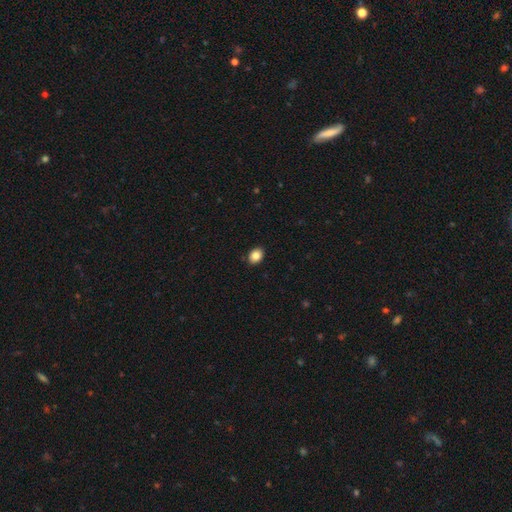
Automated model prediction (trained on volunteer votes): Q: Smooth or featured?
A: smooth (85%); runner-up: star or artifact (9%)
Q: How rounded?
A: in between (66%); runner-up: round (34%)
Q: Merging?
A: none (89%); runner-up: minor disturbance (8%)